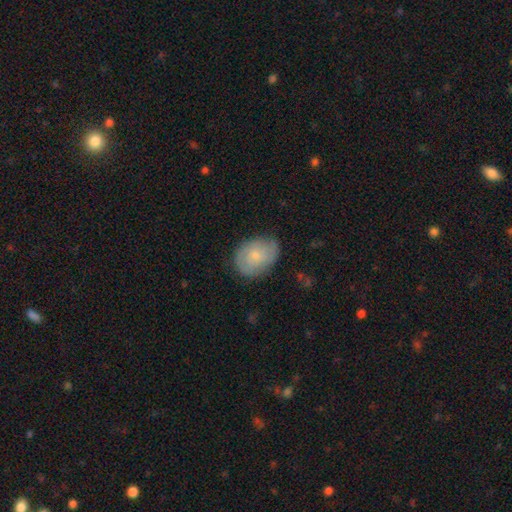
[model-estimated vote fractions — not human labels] Overall: smooth (61%; featured or disk 32%). How rounded: in between (67%; round 32%). Merging: none (72%).